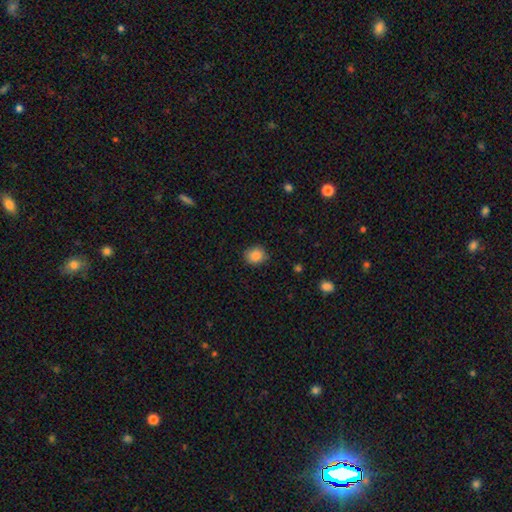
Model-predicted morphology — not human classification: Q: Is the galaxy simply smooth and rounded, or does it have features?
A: smooth — 86%.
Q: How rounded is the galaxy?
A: round — 74%.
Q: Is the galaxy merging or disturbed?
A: none — 84%.